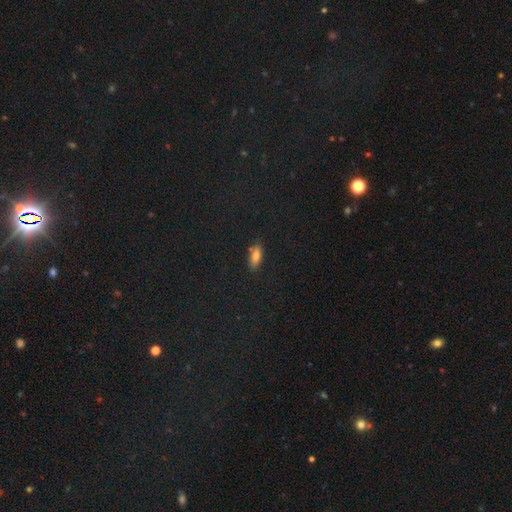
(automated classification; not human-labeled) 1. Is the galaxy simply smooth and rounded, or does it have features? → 76% smooth, 14% star or artifact, 10% featured or disk.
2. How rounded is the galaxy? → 80% in between, 16% cigar-shaped, 4% round.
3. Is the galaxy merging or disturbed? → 79% none, 14% minor disturbance, 3% major disturbance, 3% merger.